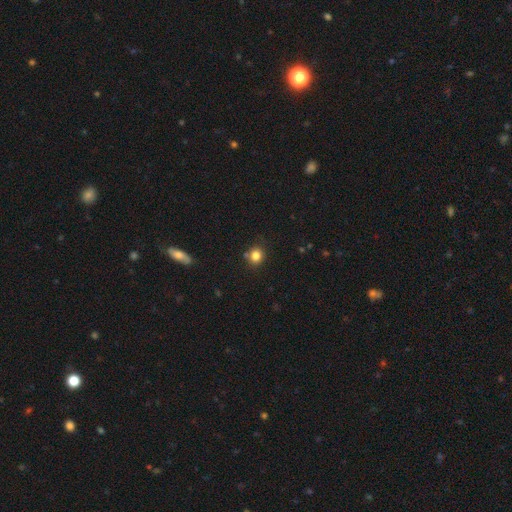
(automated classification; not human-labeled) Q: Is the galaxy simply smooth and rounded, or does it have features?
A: smooth — 82%.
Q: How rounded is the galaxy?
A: round — 84%.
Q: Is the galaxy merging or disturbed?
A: none — 80%.